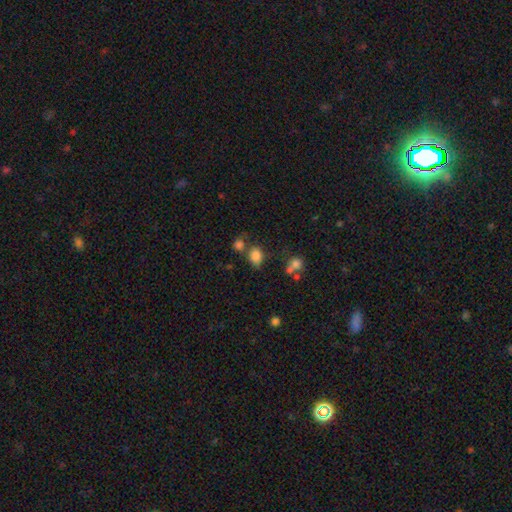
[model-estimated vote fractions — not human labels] The model was most divided on "how rounded": in between: 64%, round: 35%, cigar-shaped: 1%. More confident: smooth or featured — smooth (81%); merging — none (55%).